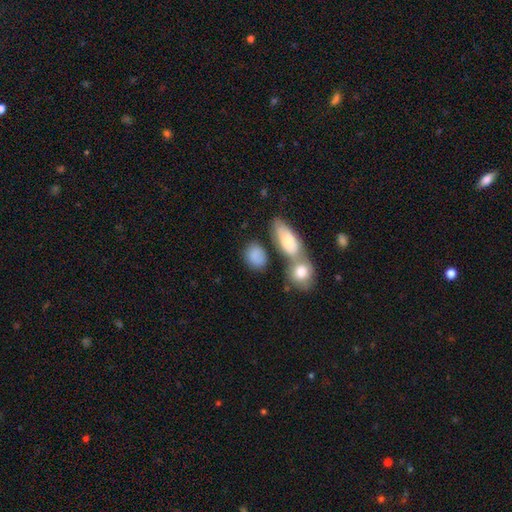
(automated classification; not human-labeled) smooth_or_featured: smooth (p=0.82) [alt: featured or disk p=0.11]
how_rounded: in between (p=0.61) [alt: round p=0.36]
merging: none (p=0.55) [alt: merger p=0.23]